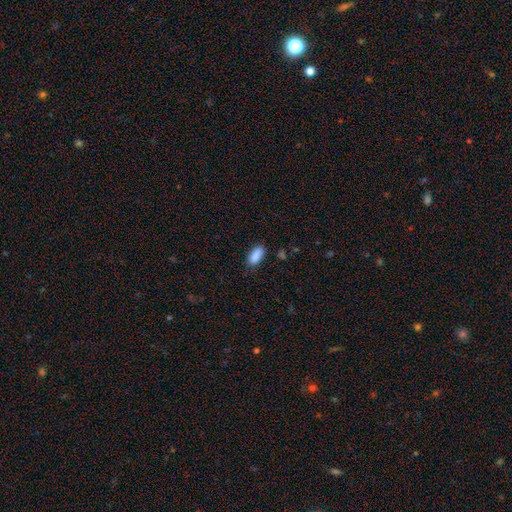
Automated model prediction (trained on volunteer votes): This appears to be a smooth galaxy with no disk features (89%) that is in between round and cigar-shaped (88%). Merging: none (82%).